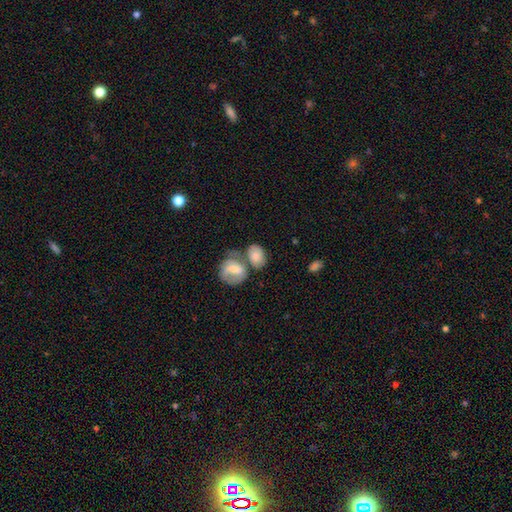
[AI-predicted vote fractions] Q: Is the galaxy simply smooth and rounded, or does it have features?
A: smooth — 71%.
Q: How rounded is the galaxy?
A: in between — 70%.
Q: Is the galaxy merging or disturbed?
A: merger — 43%.